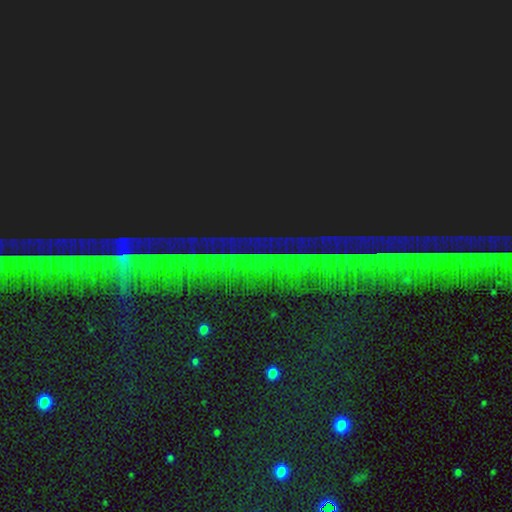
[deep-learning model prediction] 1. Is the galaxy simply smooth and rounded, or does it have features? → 88% star or artifact, 6% featured or disk, 6% smooth.